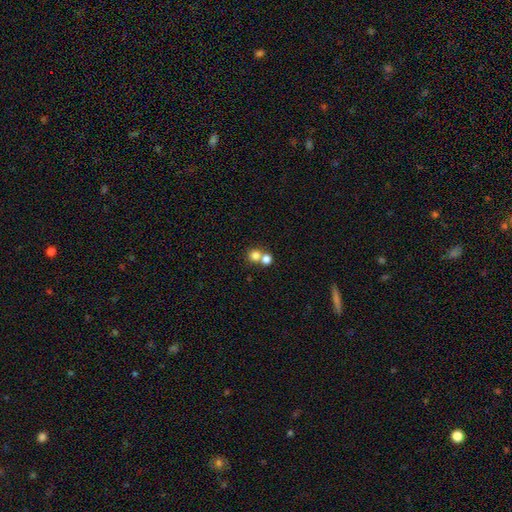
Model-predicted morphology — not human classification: Smooth or featured?
  - smooth: 78% *
  - star or artifact: 12%
  - featured or disk: 10%
How rounded?
  - round: 86% *
  - in between: 13%
  - cigar-shaped: 1%
Merging?
  - merger: 49% *
  - none: 43%
  - minor disturbance: 5%
  - major disturbance: 3%